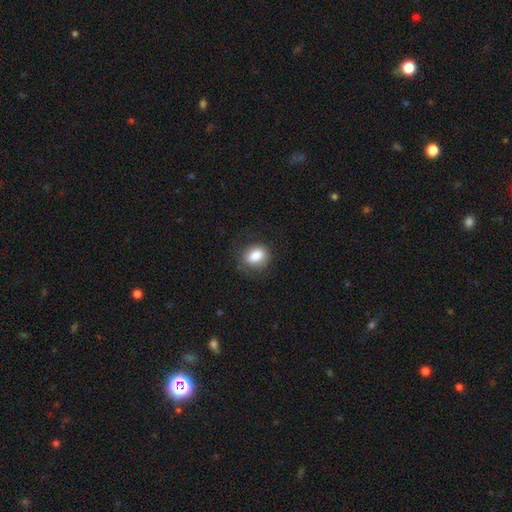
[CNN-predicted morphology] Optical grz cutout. It shows a smooth galaxy with no disk features (83%) that is in between round and cigar-shaped (52%). Merging: none (75%).